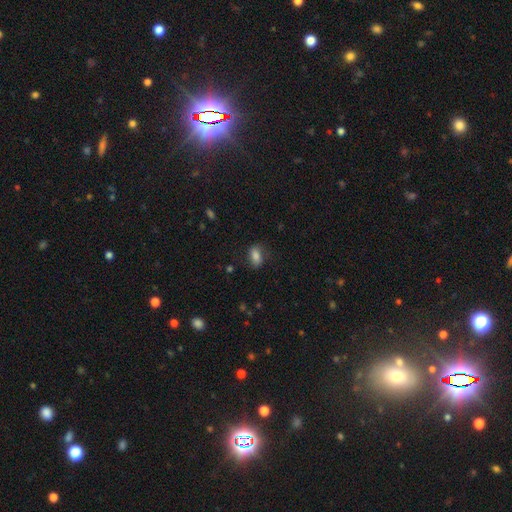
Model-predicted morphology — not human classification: Smooth or featured? smooth (80%)
How rounded? in between (86%)
Merging? none (72%)